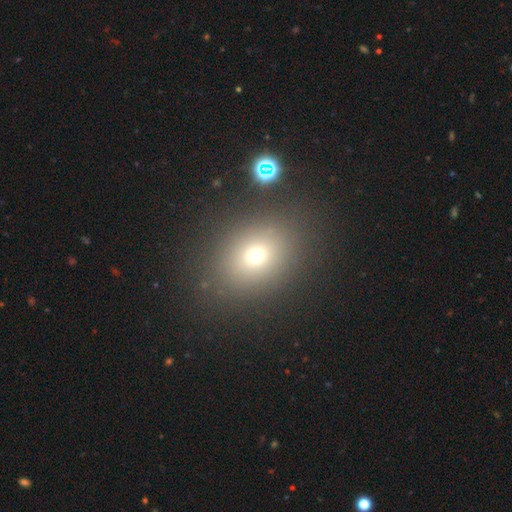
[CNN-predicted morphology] type=smooth (68%); roundness=round (51%); merging=none (83%).